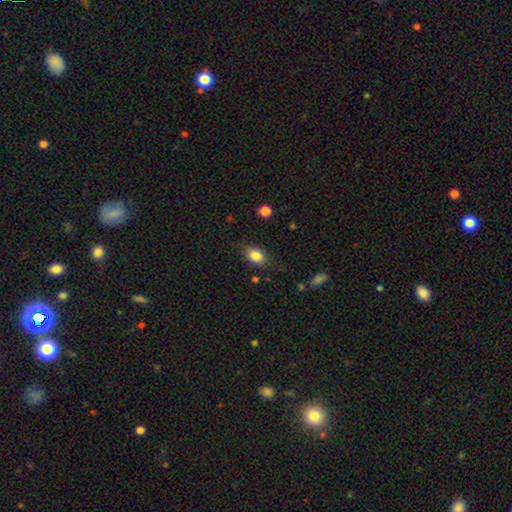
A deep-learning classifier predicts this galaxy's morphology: The model was most divided on "how rounded": in between: 81%, round: 18%, cigar-shaped: 2%. More confident: smooth or featured — smooth (85%); merging — none (80%).